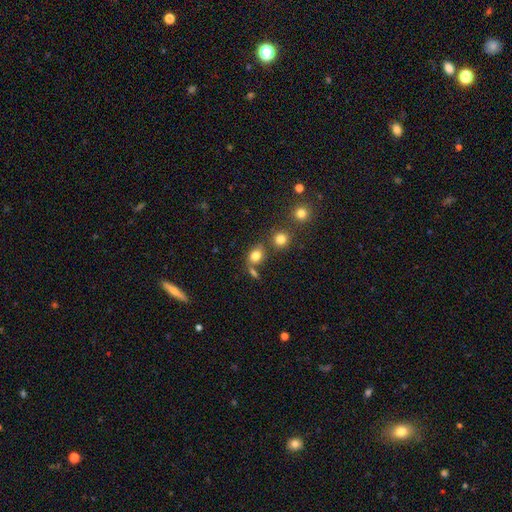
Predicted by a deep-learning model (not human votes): smooth-or-featured: smooth: 78% | star or artifact: 13% | featured or disk: 10%
  how-rounded: in between: 55% | round: 44% | cigar-shaped: 2%
  merging: none: 62% | merger: 19% | minor disturbance: 13% | major disturbance: 5%